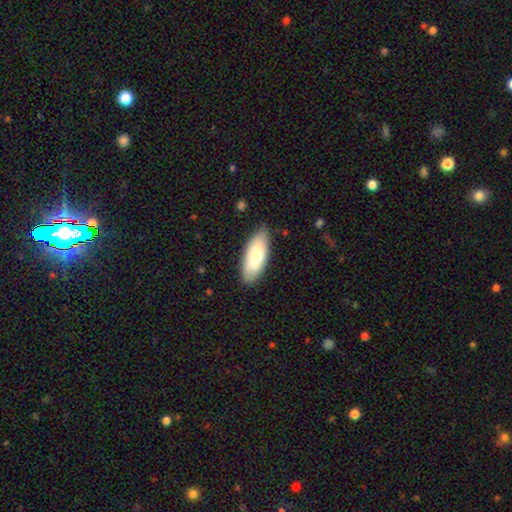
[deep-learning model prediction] smooth_or_featured: smooth (p=0.79) [alt: featured or disk p=0.15]
how_rounded: in between (p=0.78) [alt: cigar-shaped p=0.20]
merging: none (p=0.83) [alt: minor disturbance p=0.14]